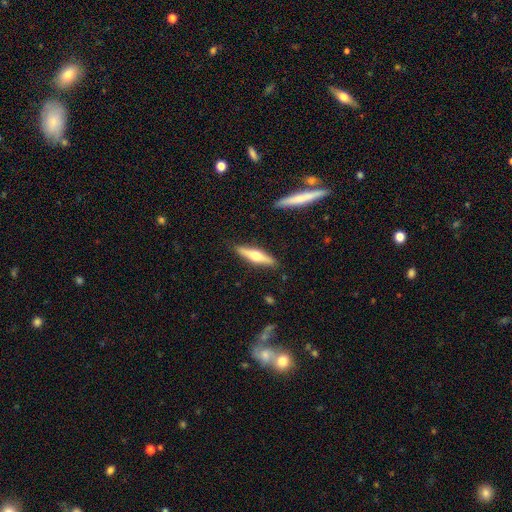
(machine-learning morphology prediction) type=featured or disk (55%); edge-on=yes (94%); edge-on bulge=rounded (93%); merging=none (88%).